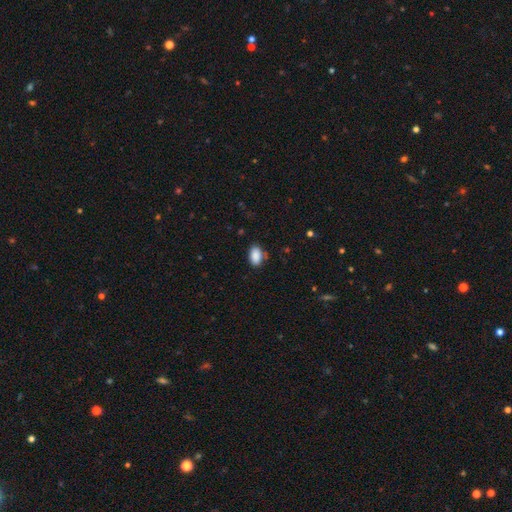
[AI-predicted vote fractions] smooth-or-featured: smooth: 89% | star or artifact: 8% | featured or disk: 4%
  how-rounded: in between: 92% | round: 7% | cigar-shaped: 2%
  merging: none: 79% | minor disturbance: 15% | major disturbance: 3% | merger: 2%